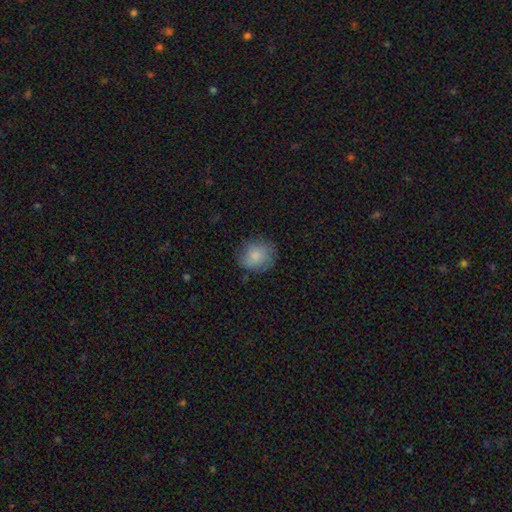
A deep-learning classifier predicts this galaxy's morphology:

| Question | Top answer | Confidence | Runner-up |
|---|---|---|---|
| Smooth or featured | smooth | 80% | featured or disk (12%) |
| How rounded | round | 76% | in between (23%) |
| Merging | none | 74% | minor disturbance (19%) |